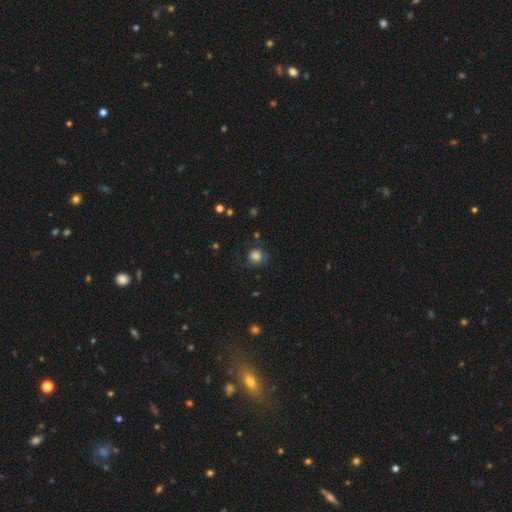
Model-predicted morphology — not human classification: Smooth or featured? smooth (79%)
How rounded? round (88%)
Merging? none (71%)